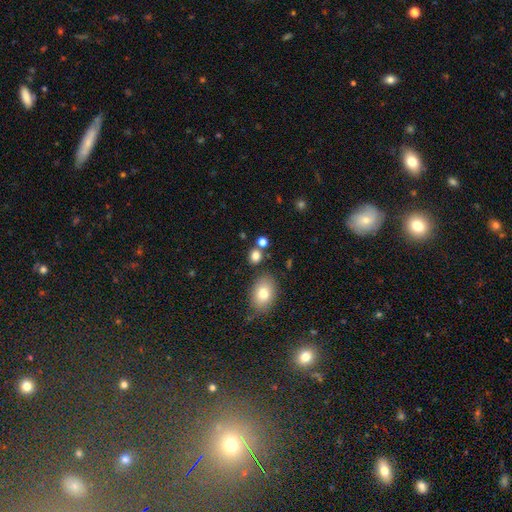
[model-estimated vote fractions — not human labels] A smooth galaxy with no disk features (80%) that is round (59%). Merging: none (73%).